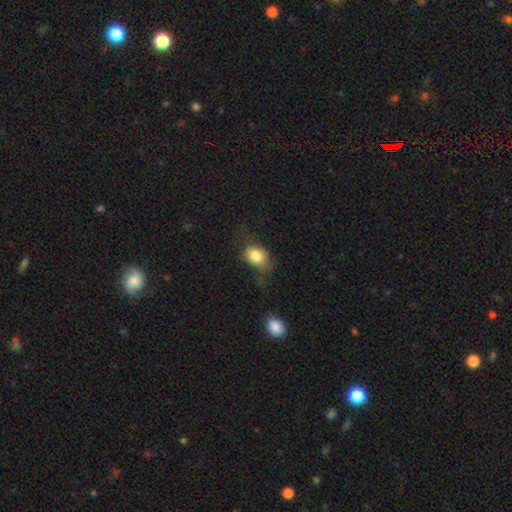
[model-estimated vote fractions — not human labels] smooth-or-featured: smooth: 80% | featured or disk: 12% | star or artifact: 8%
  how-rounded: in between: 65% | round: 34% | cigar-shaped: 2%
  merging: none: 44% | minor disturbance: 29% | major disturbance: 23% | merger: 3%